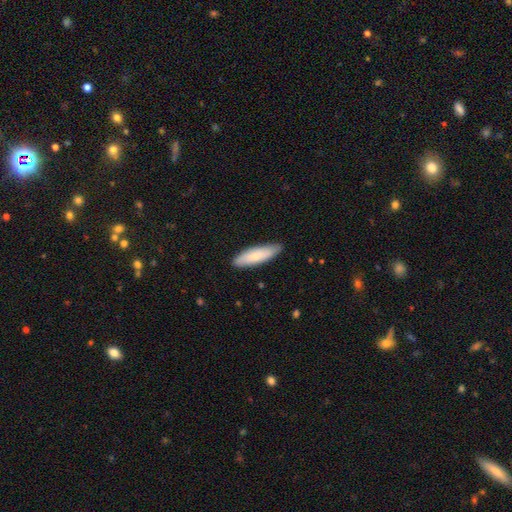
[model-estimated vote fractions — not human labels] smooth_or_featured: smooth (p=0.76) [alt: featured or disk p=0.19]
how_rounded: cigar-shaped (p=0.63) [alt: in between p=0.36]
merging: none (p=0.86) [alt: minor disturbance p=0.12]